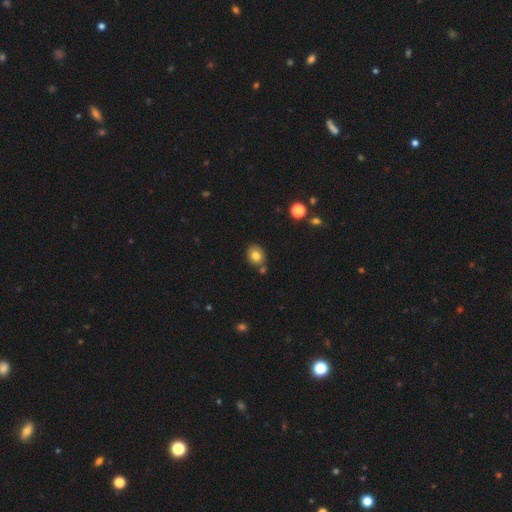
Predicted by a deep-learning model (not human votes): A smooth galaxy with no disk features (79%) that is round (56%).

Vote fractions:
- Smooth or featured? smooth: 79% / star or artifact: 10% / featured or disk: 10%
- How rounded? round: 56% / in between: 43% / cigar-shaped: 1%
- Merging? none: 74% / minor disturbance: 12% / merger: 11% / major disturbance: 3%